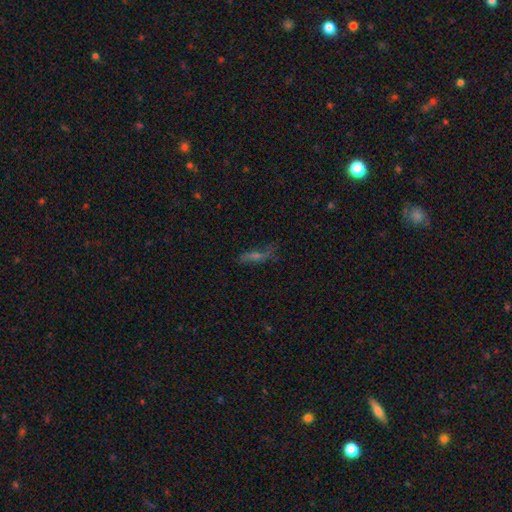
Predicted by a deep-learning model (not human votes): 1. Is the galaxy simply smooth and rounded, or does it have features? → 48% featured or disk, 32% smooth, 21% star or artifact.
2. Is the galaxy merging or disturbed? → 65% none, 21% minor disturbance, 11% major disturbance, 3% merger.